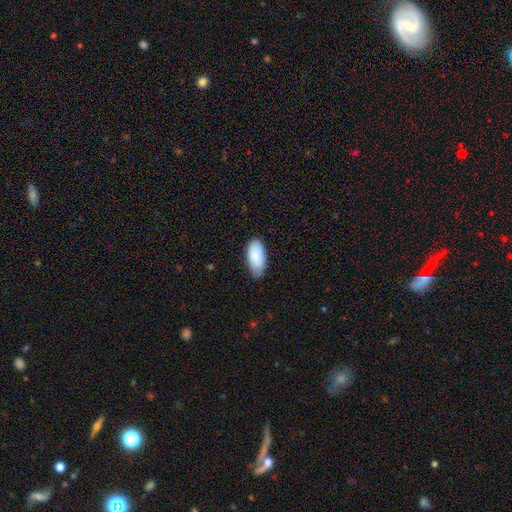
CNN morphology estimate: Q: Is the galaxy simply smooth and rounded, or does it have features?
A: smooth — 88%.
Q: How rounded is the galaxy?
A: in between — 93%.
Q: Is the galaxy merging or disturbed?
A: none — 72%.